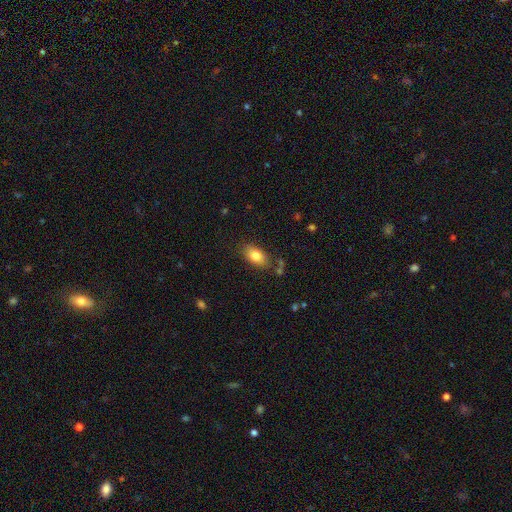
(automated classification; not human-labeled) Q: Smooth or featured?
A: smooth (82%); runner-up: featured or disk (11%)
Q: How rounded?
A: in between (90%); runner-up: round (7%)
Q: Merging?
A: none (79%); runner-up: minor disturbance (14%)